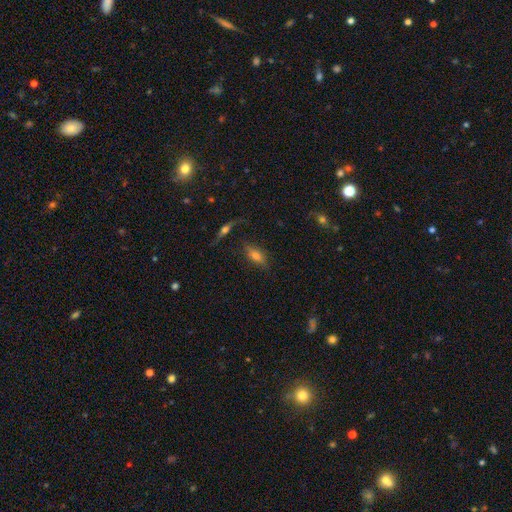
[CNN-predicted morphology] Smooth or featured?
  - smooth: 62% *
  - featured or disk: 28%
  - star or artifact: 11%
How rounded?
  - in between: 73% *
  - cigar-shaped: 22%
  - round: 5%
Merging?
  - none: 72% *
  - minor disturbance: 17%
  - major disturbance: 6%
  - merger: 5%